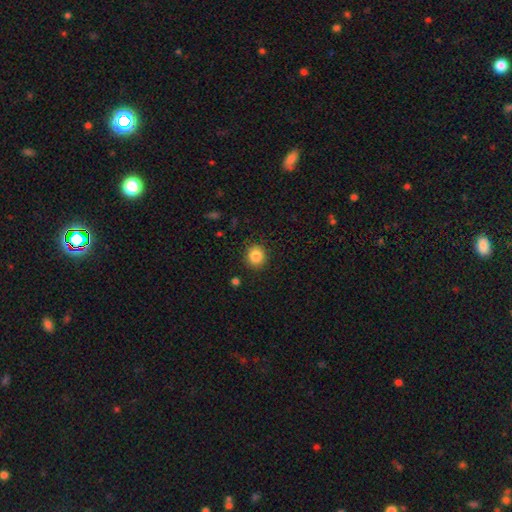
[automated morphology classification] type=smooth (86%); roundness=round (84%); merging=none (89%).